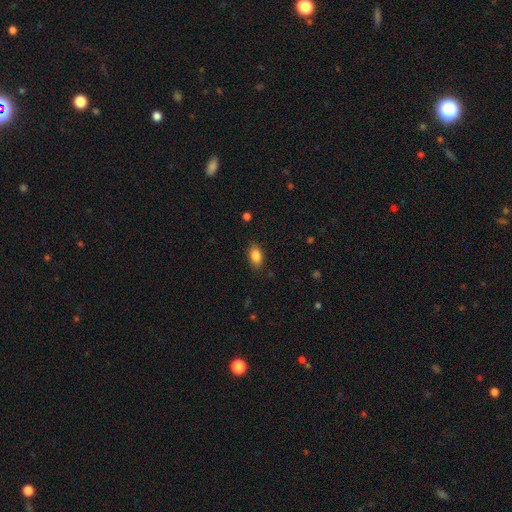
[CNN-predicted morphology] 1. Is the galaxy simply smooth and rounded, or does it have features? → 86% smooth, 8% star or artifact, 6% featured or disk.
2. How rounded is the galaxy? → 89% in between, 9% round, 3% cigar-shaped.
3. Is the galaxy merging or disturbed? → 84% none, 12% minor disturbance, 3% major disturbance, 1% merger.